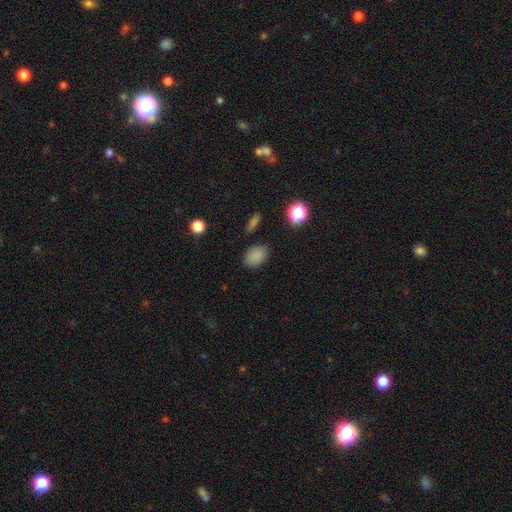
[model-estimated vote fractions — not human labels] This is clearly a smooth galaxy (84%). How rounded: likely in between (76%). Merging: clearly none (84%).